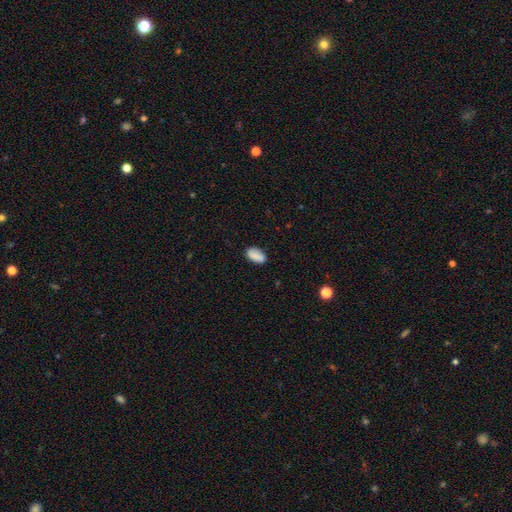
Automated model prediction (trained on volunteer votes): The model was most divided on "merging": none: 78%, minor disturbance: 16%, major disturbance: 3%, merger: 2%. More confident: how rounded — in between (93%); smooth or featured — smooth (84%).